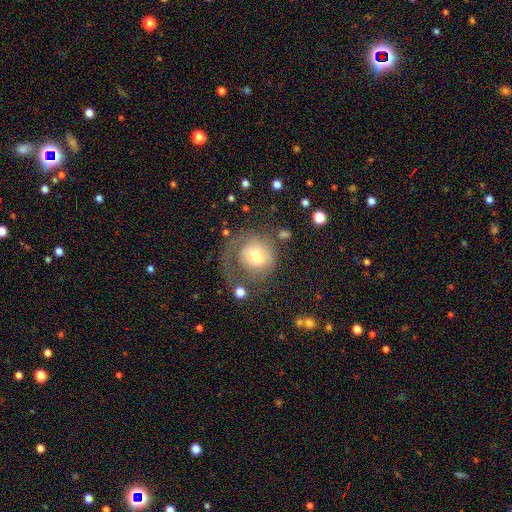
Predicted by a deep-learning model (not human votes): This is possibly a smooth galaxy (49%). Merging: marginally major disturbance (39%).